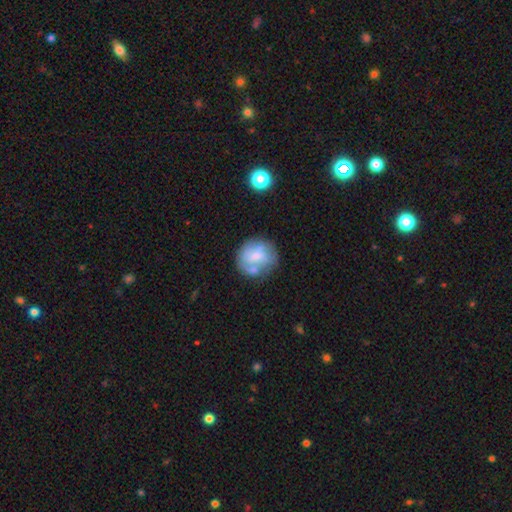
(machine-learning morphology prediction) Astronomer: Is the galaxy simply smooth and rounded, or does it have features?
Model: smooth — 47% (runner-up: featured or disk, 45%).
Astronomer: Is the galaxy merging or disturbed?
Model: none — 53%.